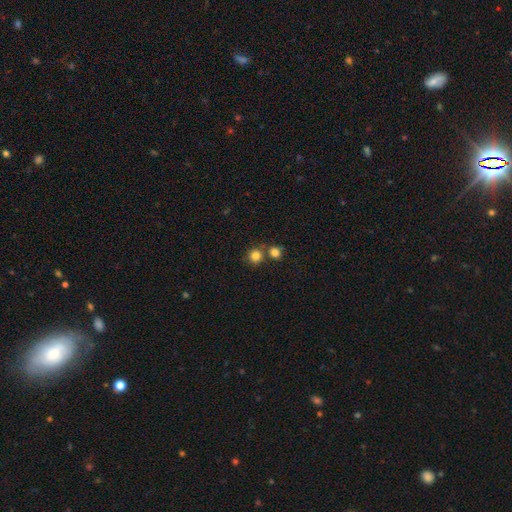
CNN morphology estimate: type=smooth (82%); roundness=round (89%); merging=none (65%).